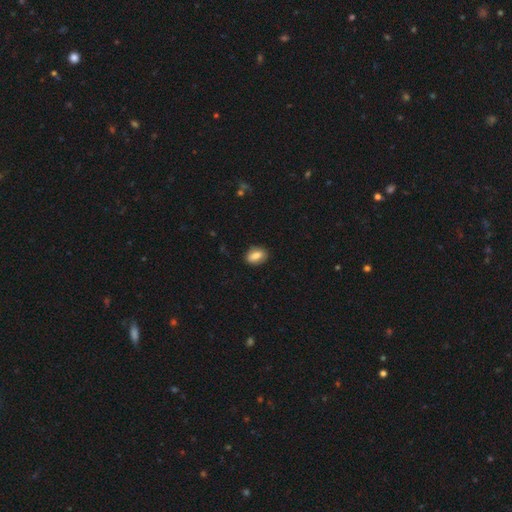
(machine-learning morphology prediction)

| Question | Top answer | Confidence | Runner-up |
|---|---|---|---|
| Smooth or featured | smooth | 78% | featured or disk (15%) |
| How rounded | in between | 80% | round (17%) |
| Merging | none | 86% | minor disturbance (10%) |